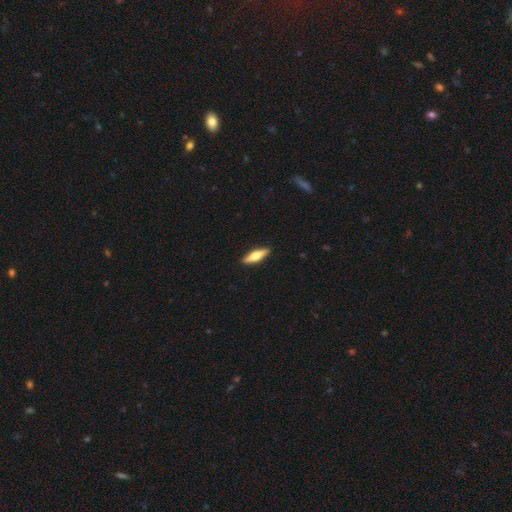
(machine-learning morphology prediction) A smooth galaxy with no disk features (55%) that is cigar-shaped (65%).

Vote fractions:
- Smooth or featured? smooth: 55% / featured or disk: 39% / star or artifact: 6%
- How rounded? cigar-shaped: 65% / in between: 33% / round: 2%
- Merging? none: 90% / minor disturbance: 7% / major disturbance: 1% / merger: 1%